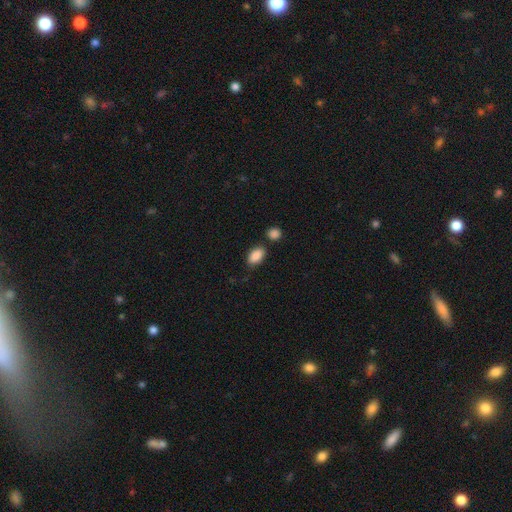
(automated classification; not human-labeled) Q: Smooth or featured?
A: smooth (87%); runner-up: star or artifact (7%)
Q: How rounded?
A: in between (91%); runner-up: round (7%)
Q: Merging?
A: none (70%); runner-up: minor disturbance (16%)